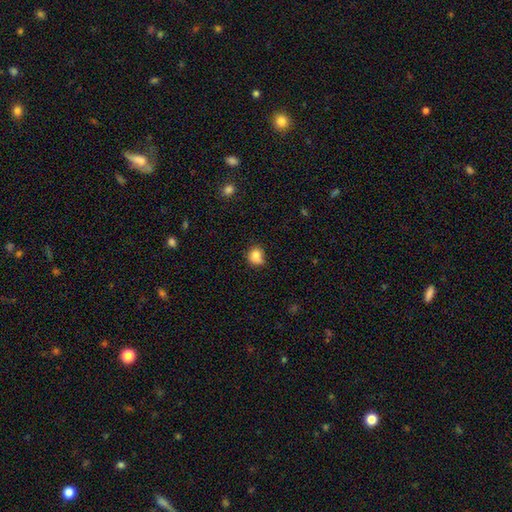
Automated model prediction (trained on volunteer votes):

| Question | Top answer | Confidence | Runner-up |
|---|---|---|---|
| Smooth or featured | smooth | 82% | star or artifact (11%) |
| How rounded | round | 74% | in between (25%) |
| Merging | none | 56% | minor disturbance (29%) |